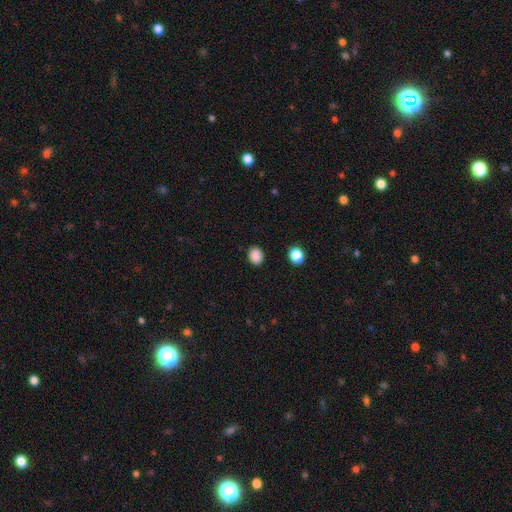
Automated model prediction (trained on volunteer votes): Overall: smooth (87%). How rounded: round (53%; in between 46%). Merging: none (89%).